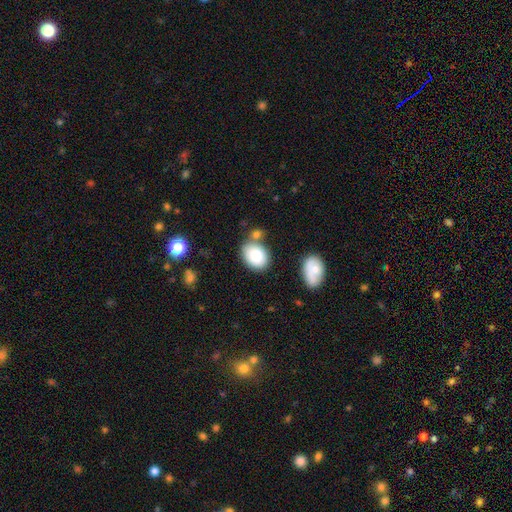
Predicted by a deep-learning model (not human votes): Smooth or featured? smooth (85%)
How rounded? in between (71%)
Merging? none (64%)